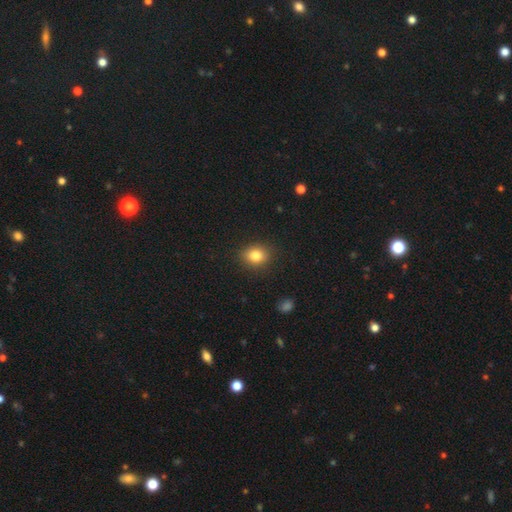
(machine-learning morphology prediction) Q: Smooth or featured?
A: smooth (83%); runner-up: star or artifact (10%)
Q: How rounded?
A: round (57%); runner-up: in between (42%)
Q: Merging?
A: none (88%); runner-up: minor disturbance (9%)